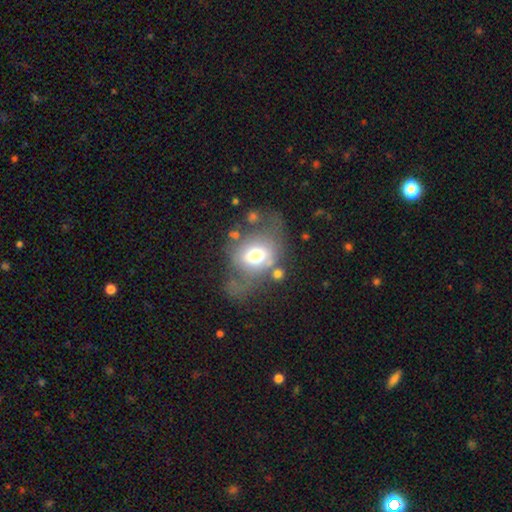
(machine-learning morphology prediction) Q: Smooth or featured?
A: smooth (52%); runner-up: featured or disk (37%)
Q: How rounded?
A: in between (54%); runner-up: round (45%)
Q: Merging?
A: none (38%); runner-up: major disturbance (31%)